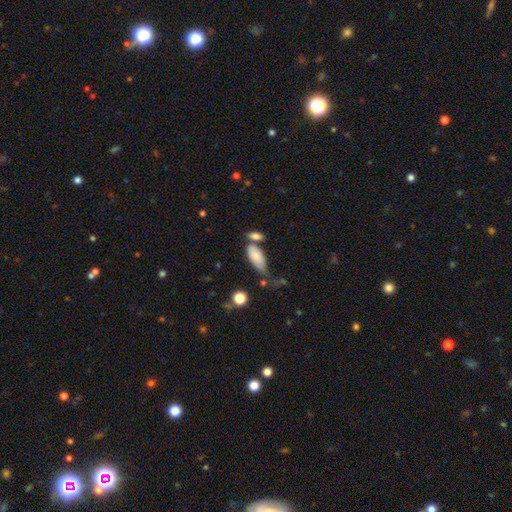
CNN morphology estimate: Smooth or featured? smooth (82%)
How rounded? in between (84%)
Merging? none (44%)